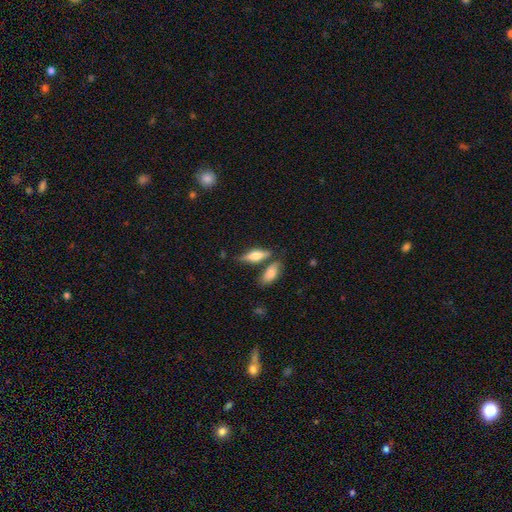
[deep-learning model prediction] Morphology: type=smooth (56%); roundness=in between (54%); merging=none (64%).